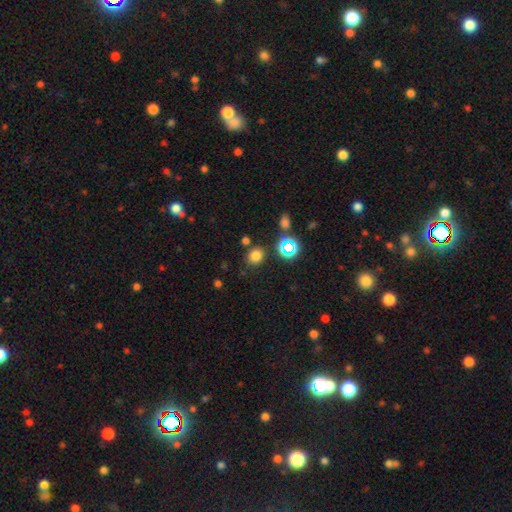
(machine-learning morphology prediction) This appears to be a smooth galaxy with no disk features (75%) that is round (67%). Merging: none (79%).